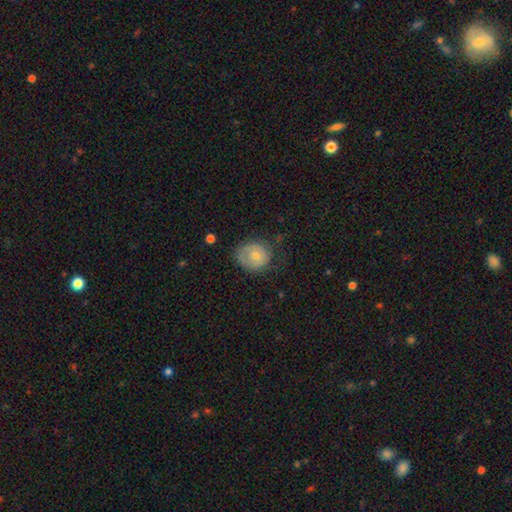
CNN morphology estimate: smooth_or_featured: smooth (p=0.63) [alt: featured or disk p=0.29]
how_rounded: round (p=0.70) [alt: in between p=0.29]
merging: none (p=0.55) [alt: minor disturbance p=0.29]